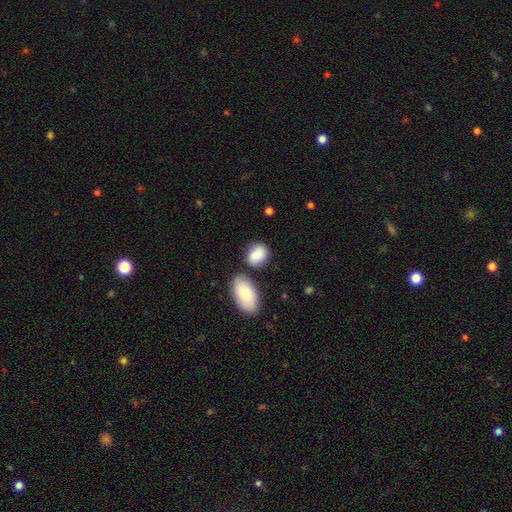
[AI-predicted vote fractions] Morphology: type=smooth (84%); roundness=in between (66%); merging=none (62%).